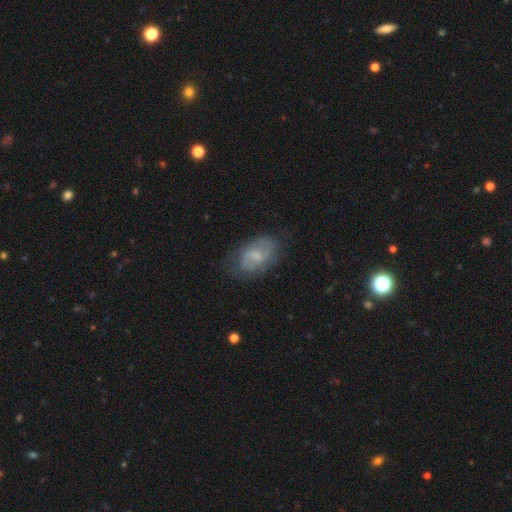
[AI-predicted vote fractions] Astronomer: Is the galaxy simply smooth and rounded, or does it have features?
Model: featured or disk — 60%.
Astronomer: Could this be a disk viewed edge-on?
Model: no — 96%.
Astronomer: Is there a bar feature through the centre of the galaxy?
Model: weak — 54% (runner-up: no, 35%).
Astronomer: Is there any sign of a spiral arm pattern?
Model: yes — 83%.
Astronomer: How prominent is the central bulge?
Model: small — 42% (runner-up: moderate, 32%).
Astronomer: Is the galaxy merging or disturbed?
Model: none — 71%.